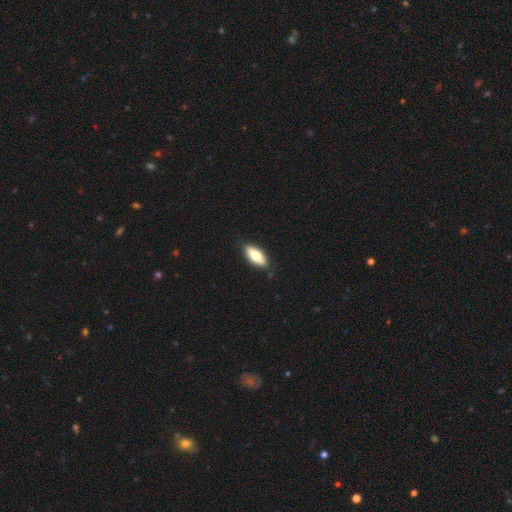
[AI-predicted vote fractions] Morphology: type=smooth (72%); roundness=in between (76%); merging=none (86%).